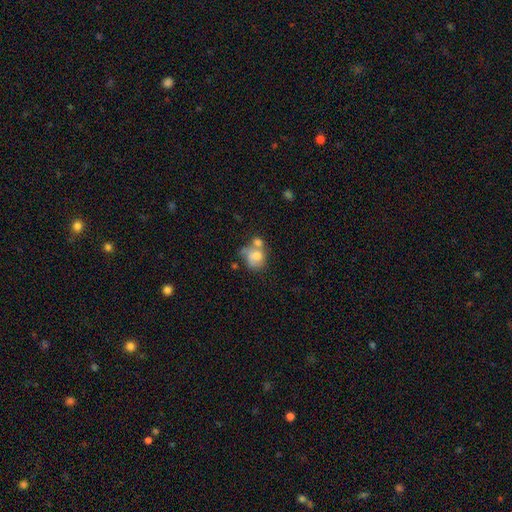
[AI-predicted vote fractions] smooth 62%, featured or disk 29%, star or artifact 9%. Down the decision tree: how rounded — round (56%); merging — merger (48%).